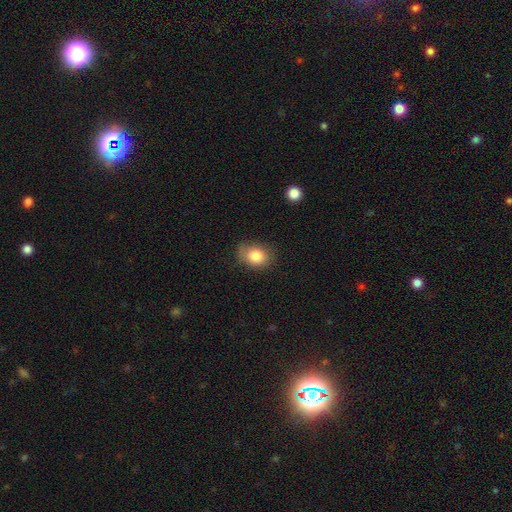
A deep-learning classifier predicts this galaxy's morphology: smooth 82%, featured or disk 9%, star or artifact 9%. Down the decision tree: how rounded — in between (60%); merging — none (67%).